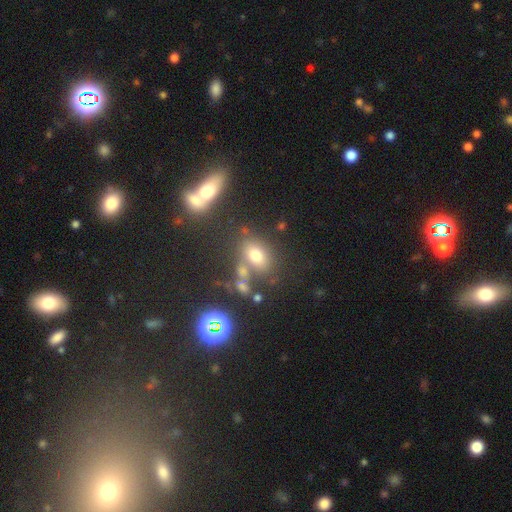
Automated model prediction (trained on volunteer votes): Smooth or featured? smooth (67%)
How rounded? in between (71%)
Merging? none (61%)